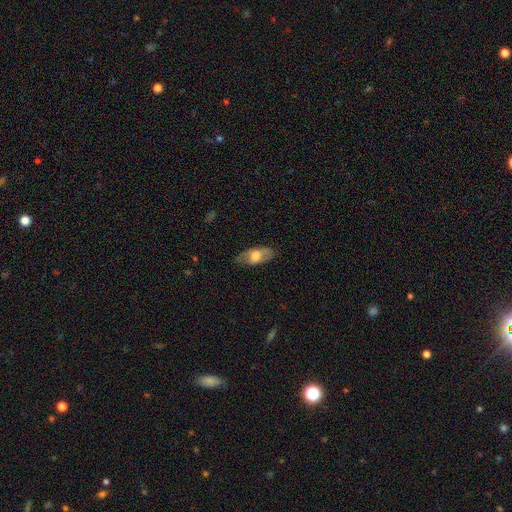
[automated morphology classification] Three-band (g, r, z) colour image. It shows a smooth galaxy with no disk features (52%) that is in between round and cigar-shaped (86%). Merging: none (75%).